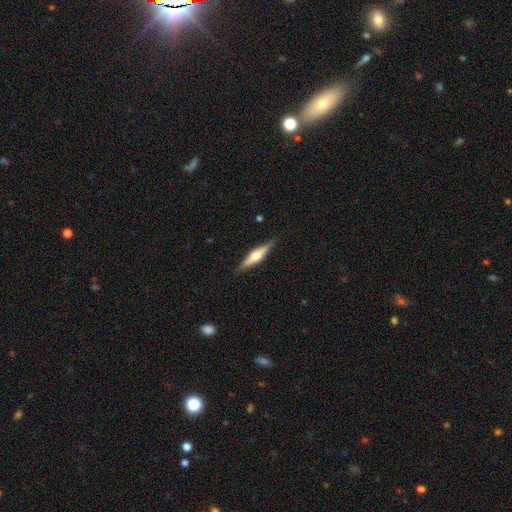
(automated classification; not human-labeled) featured or disk 63%, smooth 31%, star or artifact 6%. Down the decision tree: edge-on disk — yes (96%); edge-on bulge — rounded (90%); merging — none (87%).